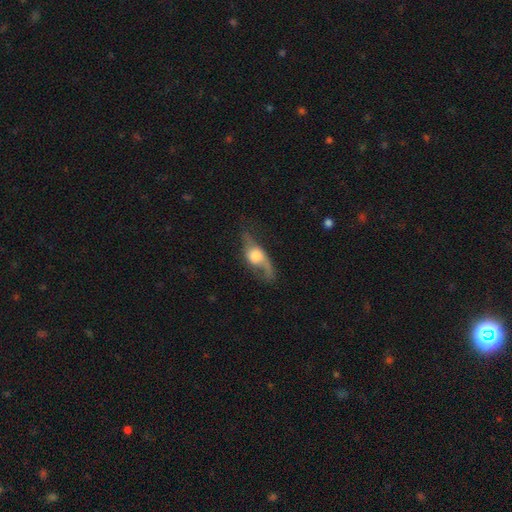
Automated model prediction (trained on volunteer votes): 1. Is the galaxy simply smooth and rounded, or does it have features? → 56% featured or disk, 36% smooth, 8% star or artifact.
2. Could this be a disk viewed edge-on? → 59% no, 41% yes.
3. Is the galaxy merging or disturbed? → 41% none, 31% major disturbance, 24% minor disturbance, 4% merger.